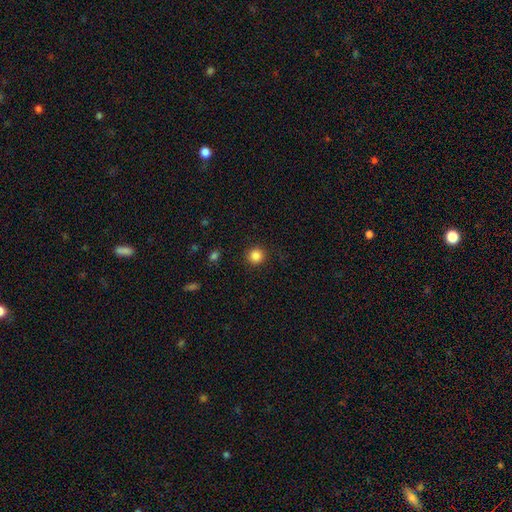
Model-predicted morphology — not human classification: smooth_or_featured: smooth (p=0.86) [alt: star or artifact p=0.11]
how_rounded: round (p=0.94) [alt: in between p=0.05]
merging: none (p=0.92) [alt: minor disturbance p=0.05]